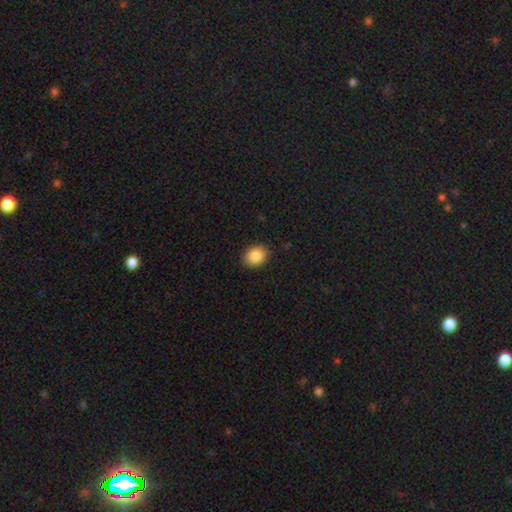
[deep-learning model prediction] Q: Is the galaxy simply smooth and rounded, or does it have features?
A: smooth — 87%.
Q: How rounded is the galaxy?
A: in between — 57%.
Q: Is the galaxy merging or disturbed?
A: none — 88%.